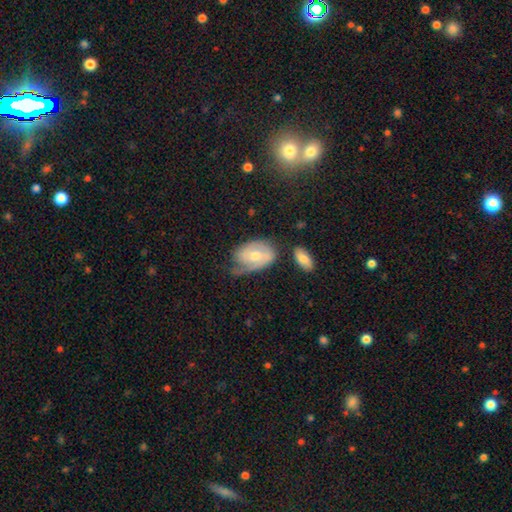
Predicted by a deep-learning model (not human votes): The model was most divided on "merging": none: 38%, minor disturbance: 34%, major disturbance: 22%, merger: 7%. More confident: edge-on disk — no (95%); spiral arms — yes (72%); bulge size — moderate (68%); bar — no (58%); smooth or featured — featured or disk (53%).